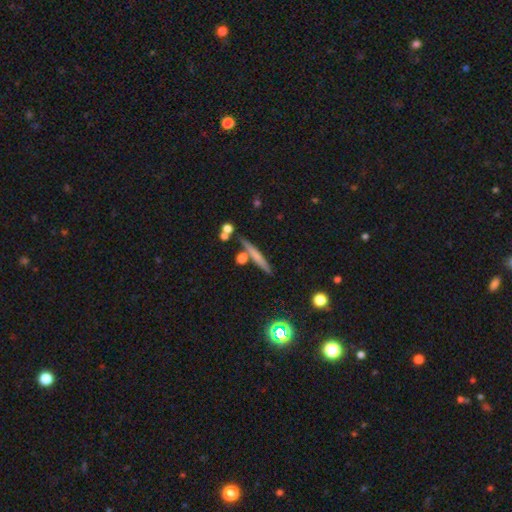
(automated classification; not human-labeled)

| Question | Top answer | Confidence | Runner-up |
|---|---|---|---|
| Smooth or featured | smooth | 53% | featured or disk (37%) |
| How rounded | cigar-shaped | 92% | in between (5%) |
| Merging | none | 75% | minor disturbance (11%) |